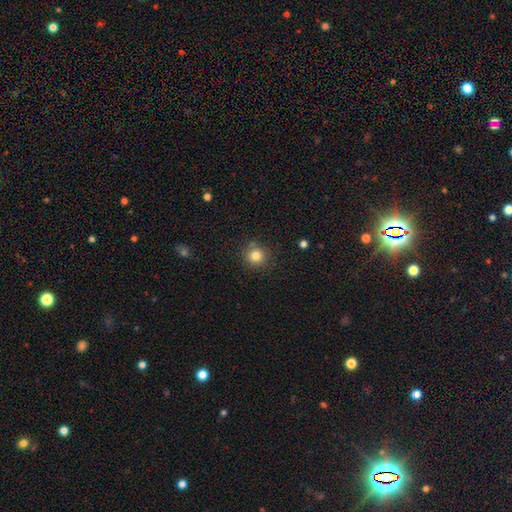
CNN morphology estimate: This appears to be a smooth galaxy with no disk features (82%) that is round (94%). Merging: none (84%).